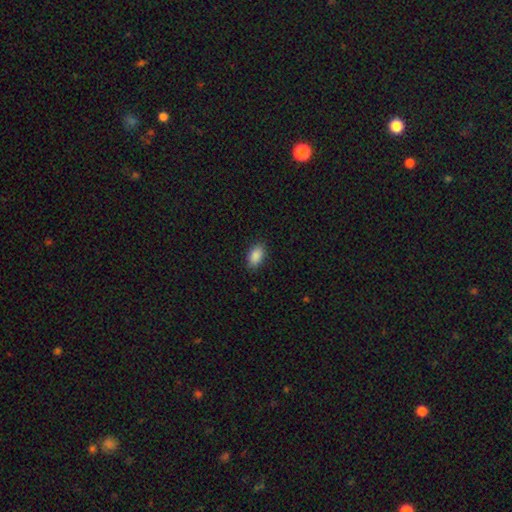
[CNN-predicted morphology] smooth_or_featured: smooth (p=0.89) [alt: star or artifact p=0.07]
how_rounded: in between (p=0.92) [alt: round p=0.06]
merging: none (p=0.87) [alt: minor disturbance p=0.10]